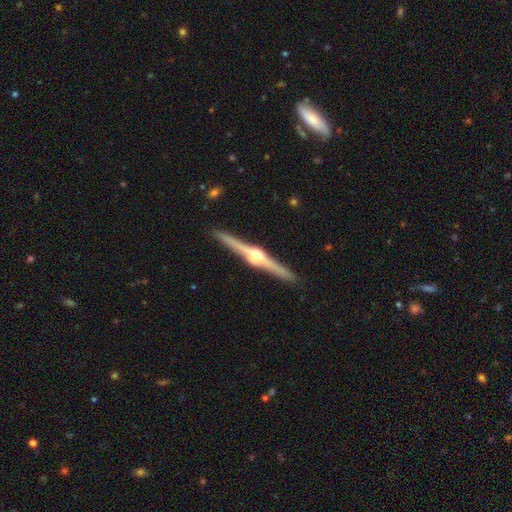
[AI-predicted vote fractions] A featured or disk galaxy (88%) viewed edge-on (99%) with a rounded central bulge (94%).

Vote fractions:
- Smooth or featured? featured or disk: 88% / smooth: 8% / star or artifact: 5%
- Edge-on disk? yes: 99% / no: 1%
- Edge-on bulge? rounded: 94% / boxy: 4% / none: 2%
- Merging? none: 92% / minor disturbance: 6% / major disturbance: 1% / merger: 1%